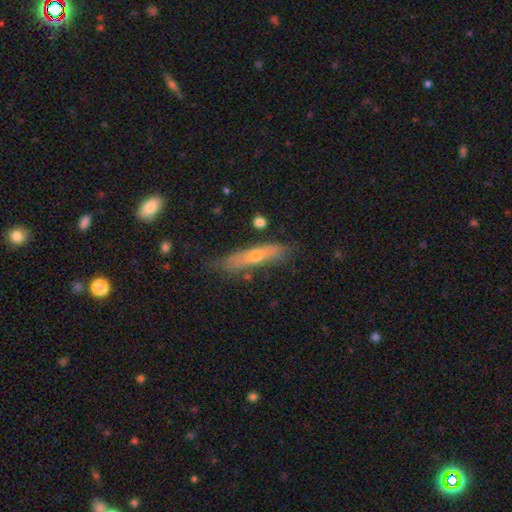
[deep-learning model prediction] Smooth or featured?
  - featured or disk: 50% *
  - smooth: 42%
  - star or artifact: 9%
Merging?
  - none: 74% *
  - minor disturbance: 19%
  - major disturbance: 4%
  - merger: 3%